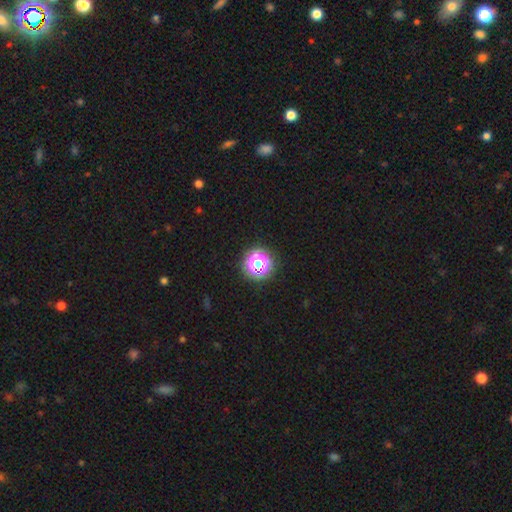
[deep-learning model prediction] Overall: star or artifact (58%; smooth 33%).